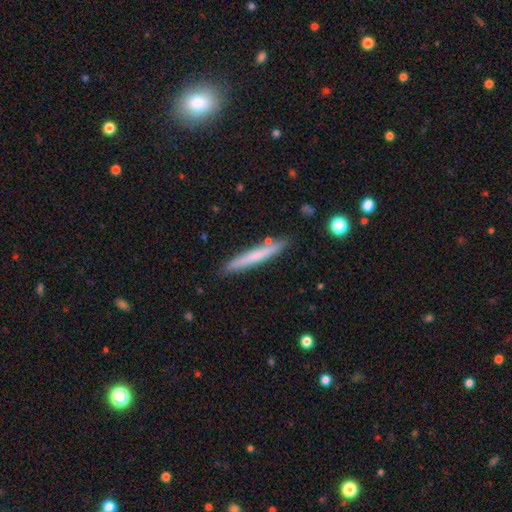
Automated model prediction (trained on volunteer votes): Overall: smooth (62%; featured or disk 33%). How rounded: cigar-shaped (96%). Merging: none (87%).